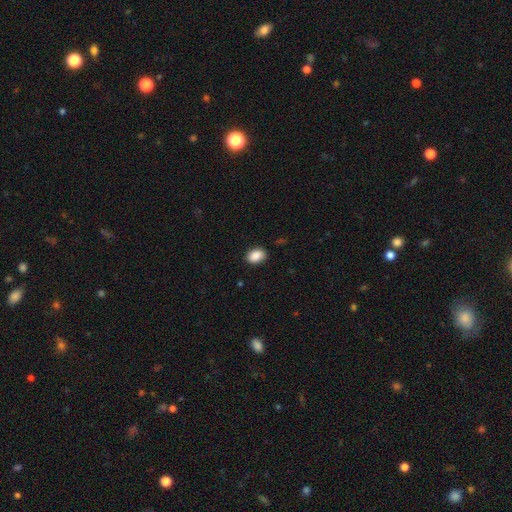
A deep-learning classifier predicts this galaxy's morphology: smooth 89%, star or artifact 8%, featured or disk 3%. Down the decision tree: how rounded — in between (77%); merging — none (88%).